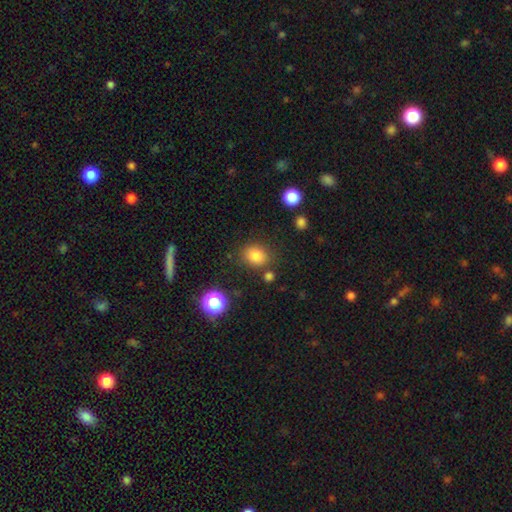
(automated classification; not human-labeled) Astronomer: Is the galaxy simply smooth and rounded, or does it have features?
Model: smooth — 81%.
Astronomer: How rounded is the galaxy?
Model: round — 60% (runner-up: in between, 39%).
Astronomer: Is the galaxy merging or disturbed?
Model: none — 81%.